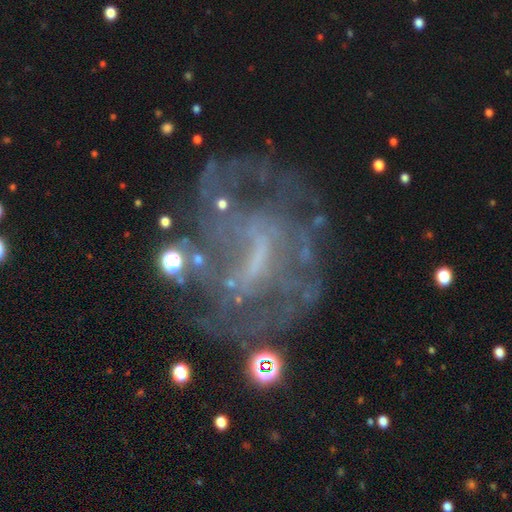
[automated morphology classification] smooth-or-featured: featured or disk: 75% | star or artifact: 15% | smooth: 10%
  disk-edge-on: no: 97% | yes: 3%
    bar: weak: 45% | no: 30% | strong: 26%
    has-spiral-arms: yes: 69% | no: 31%
    bulge-size: none: 53% | small: 30% | moderate: 13% | large: 2% | dominant: 1%
  merging: none: 53% | major disturbance: 25% | minor disturbance: 18% | merger: 4%